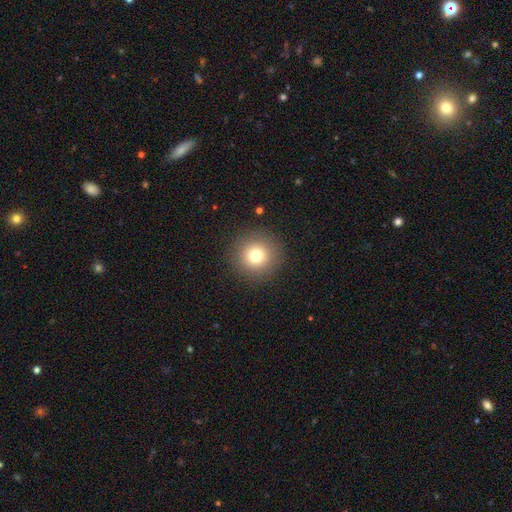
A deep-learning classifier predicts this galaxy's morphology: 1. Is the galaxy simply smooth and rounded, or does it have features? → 77% smooth, 13% star or artifact, 10% featured or disk.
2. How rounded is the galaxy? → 95% round, 4% in between, 1% cigar-shaped.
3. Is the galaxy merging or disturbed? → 91% none, 6% minor disturbance, 3% major disturbance, 1% merger.